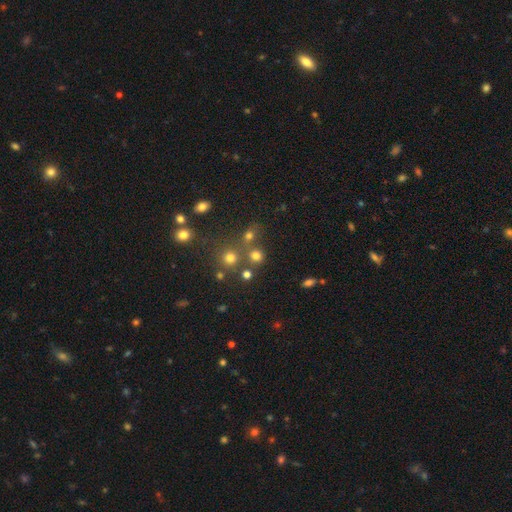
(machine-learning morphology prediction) This is likely a smooth galaxy (71%). How rounded: clearly round (85%). Merging: likely none (67%).